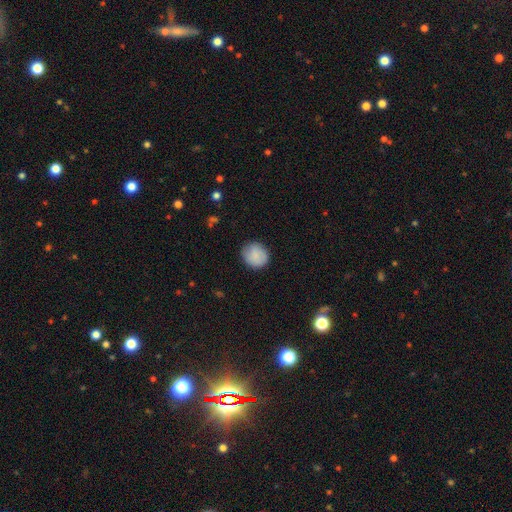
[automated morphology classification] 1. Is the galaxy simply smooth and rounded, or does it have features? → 84% smooth, 9% featured or disk, 7% star or artifact.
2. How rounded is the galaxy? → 85% round, 14% in between, 1% cigar-shaped.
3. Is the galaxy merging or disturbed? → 85% none, 11% minor disturbance, 3% major disturbance, 1% merger.